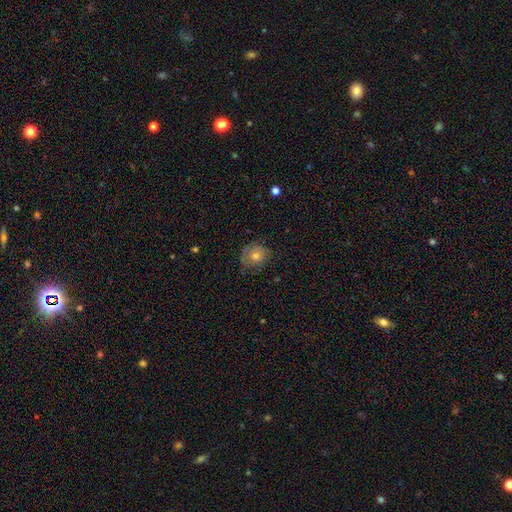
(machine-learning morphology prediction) Smooth or featured? smooth (58%)
How rounded? round (78%)
Merging? none (67%)